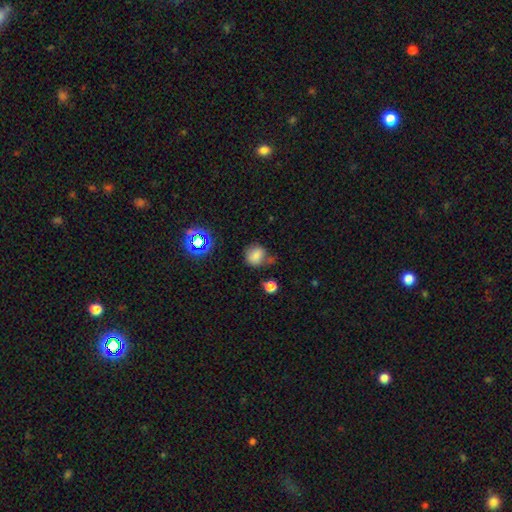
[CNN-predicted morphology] Overall: smooth (74%). How rounded: round (75%). Merging: none (63%).